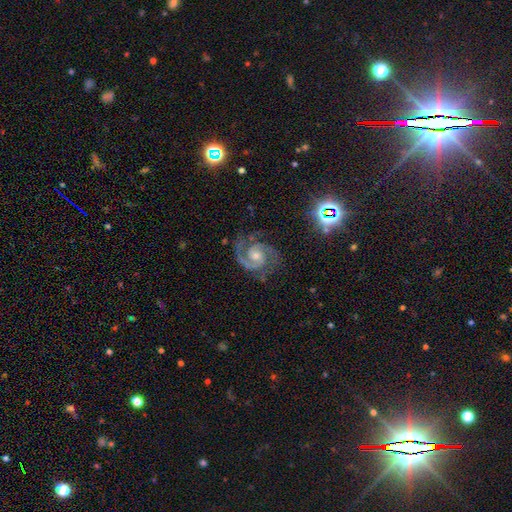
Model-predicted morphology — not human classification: featured or disk 90%, star or artifact 7%, smooth 3%. Down the decision tree: edge-on disk — no (98%); bar — no (58%); spiral arms — yes (99%); spiral arm count — 2 (91%); spiral winding — medium (50%); bulge size — moderate (51%); merging — none (79%).